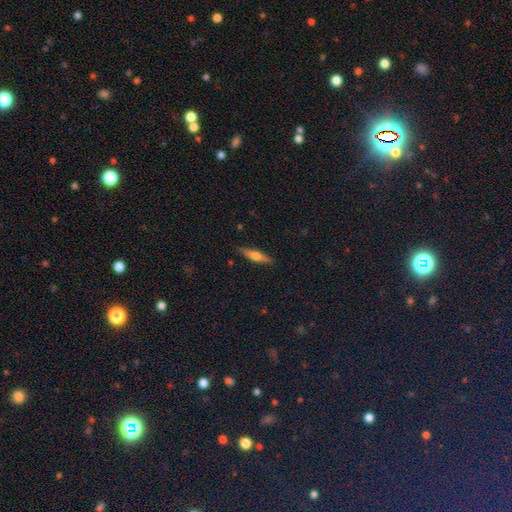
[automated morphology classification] This appears to be a featured or disk galaxy (49%). Merging: none (88%).